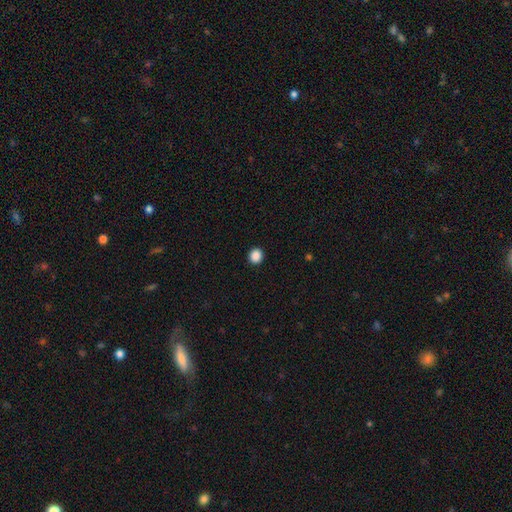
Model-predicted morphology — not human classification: Overall: smooth (88%). How rounded: round (86%). Merging: none (93%).